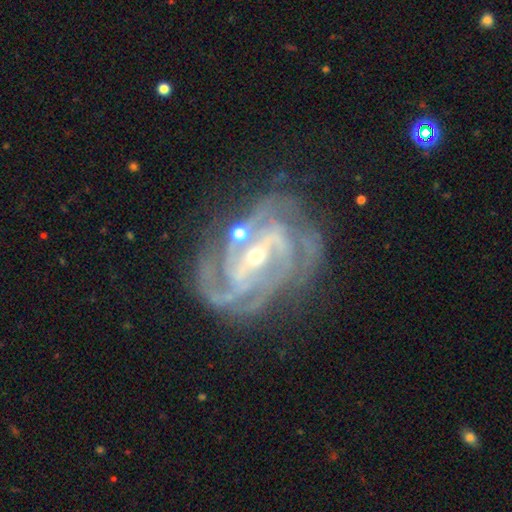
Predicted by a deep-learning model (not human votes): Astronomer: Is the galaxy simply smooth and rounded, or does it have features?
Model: featured or disk — 91%.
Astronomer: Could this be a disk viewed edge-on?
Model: no — 97%.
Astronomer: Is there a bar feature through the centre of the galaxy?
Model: strong — 50% (runner-up: weak, 35%).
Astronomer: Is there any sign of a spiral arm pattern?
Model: yes — 98%.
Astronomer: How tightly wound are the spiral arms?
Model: tight — 60%.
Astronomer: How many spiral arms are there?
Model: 3 — 33% (runner-up: 4, 27%).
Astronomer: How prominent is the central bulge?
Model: small — 65%.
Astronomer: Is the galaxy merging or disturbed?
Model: none — 67%.